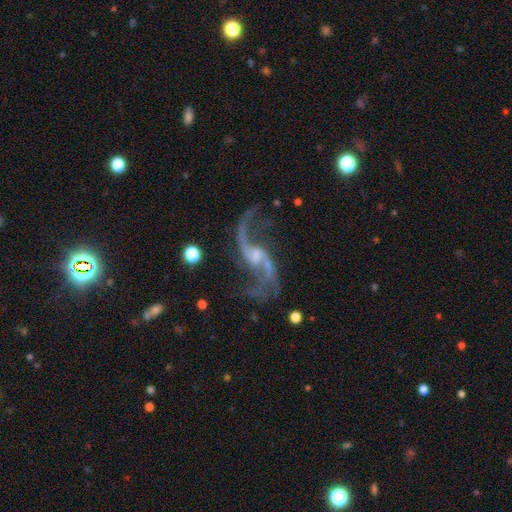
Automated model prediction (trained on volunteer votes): The model was most divided on "bar": no: 45%, weak: 43%, strong: 11%. More confident: edge-on disk — no (97%); spiral arms — yes (96%); spiral arm count — 2 (93%); smooth or featured — featured or disk (91%); spiral winding — loose (90%); merging — none (67%); bulge size — small (54%).